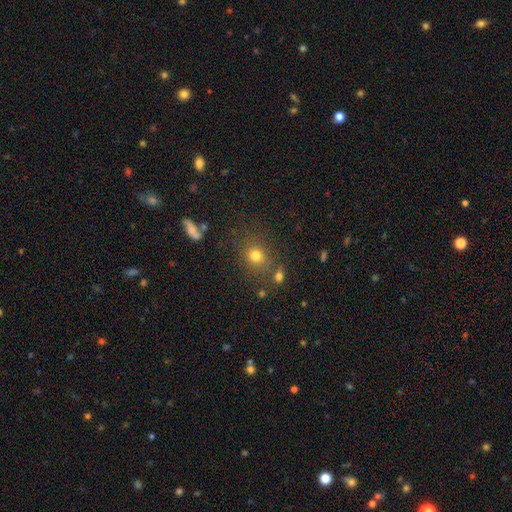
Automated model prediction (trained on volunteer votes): Q: Smooth or featured?
A: smooth (75%); runner-up: star or artifact (16%)
Q: How rounded?
A: round (77%); runner-up: in between (22%)
Q: Merging?
A: none (75%); runner-up: minor disturbance (12%)